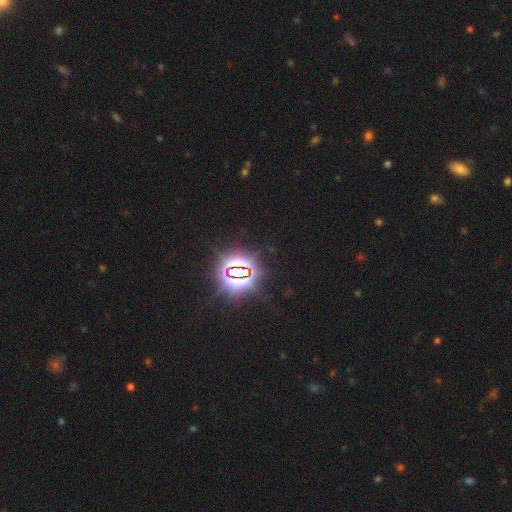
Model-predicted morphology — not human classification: star or artifact 85%, smooth 10%, featured or disk 5%.